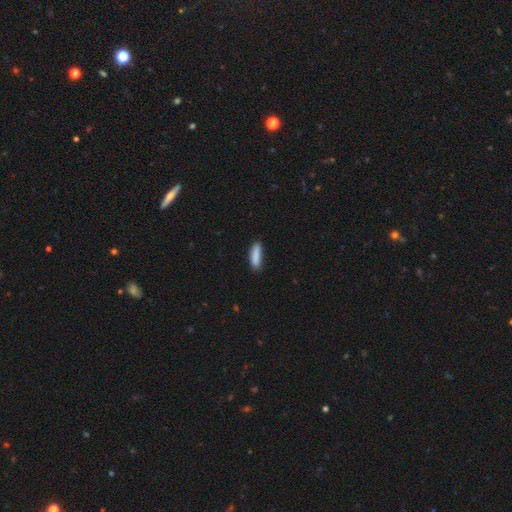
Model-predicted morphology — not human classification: Smooth or featured? smooth (89%)
How rounded? cigar-shaped (59%)
Merging? none (81%)